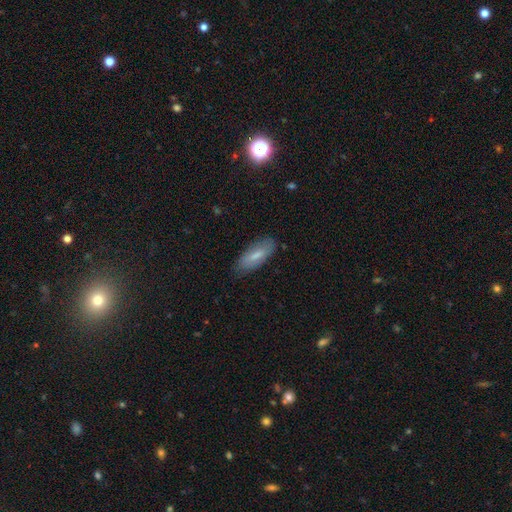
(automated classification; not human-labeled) smooth_or_featured: smooth (p=0.72) [alt: featured or disk p=0.22]
how_rounded: in between (p=0.70) [alt: cigar-shaped p=0.29]
merging: none (p=0.80) [alt: minor disturbance p=0.16]